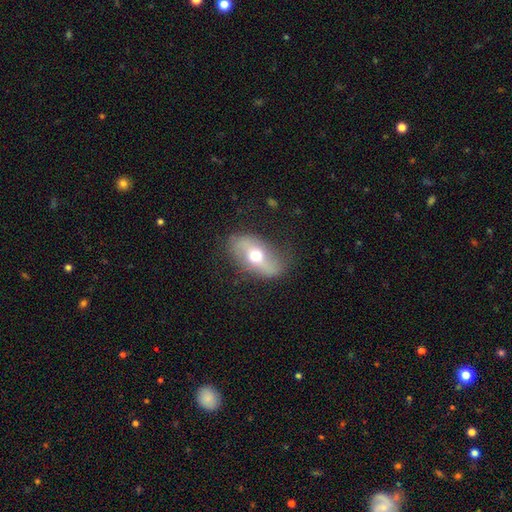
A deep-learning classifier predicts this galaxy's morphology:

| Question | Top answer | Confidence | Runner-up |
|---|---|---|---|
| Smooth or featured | featured or disk | 57% | smooth (36%) |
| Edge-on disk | no | 87% | yes (13%) |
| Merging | none | 74% | minor disturbance (18%) |